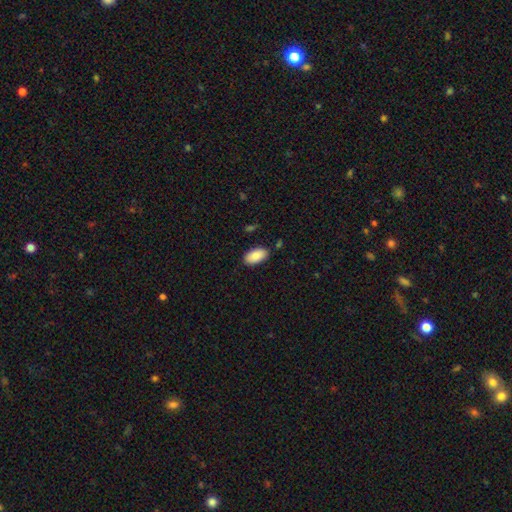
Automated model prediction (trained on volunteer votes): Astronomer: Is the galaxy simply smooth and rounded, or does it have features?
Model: smooth — 89%.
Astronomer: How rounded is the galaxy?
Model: in between — 95%.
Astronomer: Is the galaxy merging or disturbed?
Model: none — 85%.